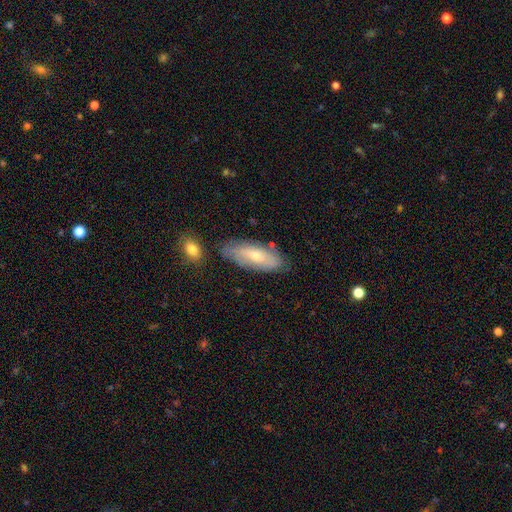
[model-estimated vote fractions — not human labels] Smooth or featured: smooth — 49% (featured or disk — 44%)
Merging: none — 73% (minor disturbance — 19%)